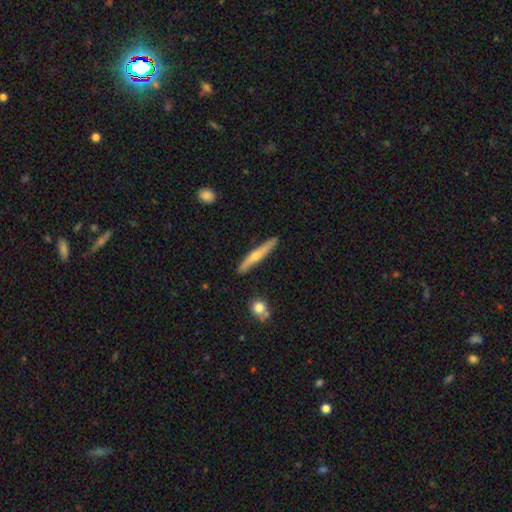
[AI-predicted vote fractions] A featured or disk galaxy (55%) viewed edge-on (94%) with a rounded central bulge (84%). Merging: none (87%).